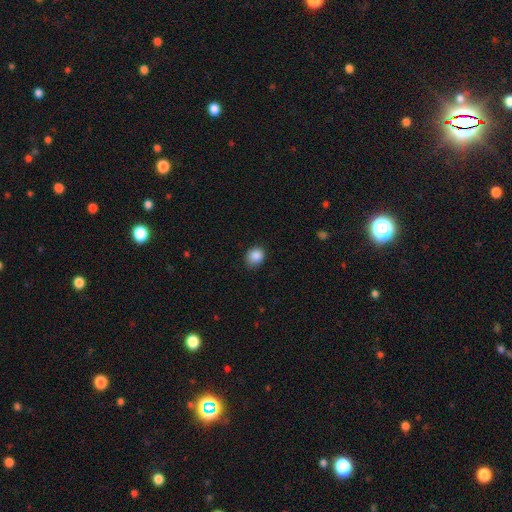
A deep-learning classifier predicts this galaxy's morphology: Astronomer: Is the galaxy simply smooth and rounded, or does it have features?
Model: smooth — 88%.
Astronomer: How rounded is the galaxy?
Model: round — 60% (runner-up: in between, 39%).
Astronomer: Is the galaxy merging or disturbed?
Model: none — 78%.